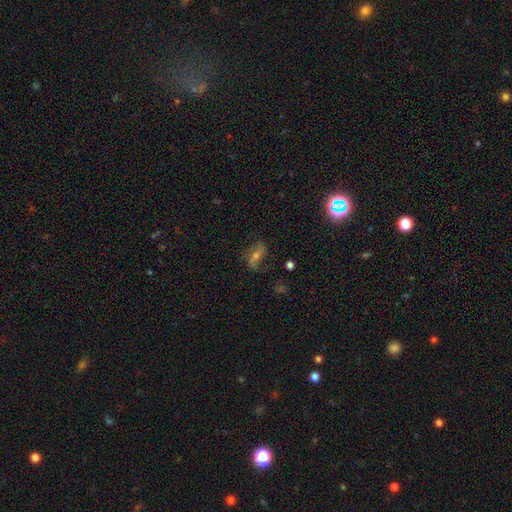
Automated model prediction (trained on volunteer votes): A featured or disk galaxy (60%) with a weak bar (37%), spiral arms (88%) and a moderate central bulge (47%). Merging: none (72%).